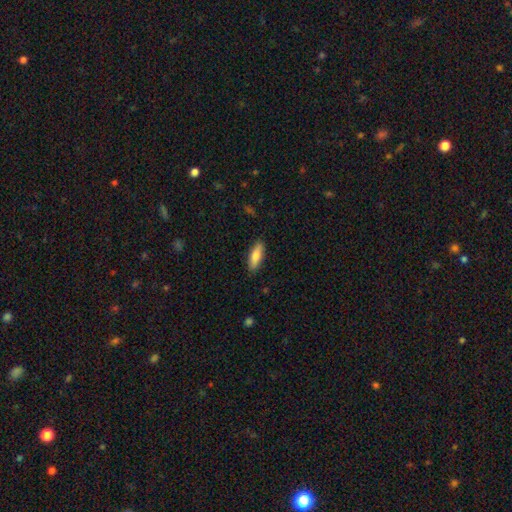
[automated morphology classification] Smooth or featured? smooth (79%)
How rounded? in between (60%)
Merging? none (87%)